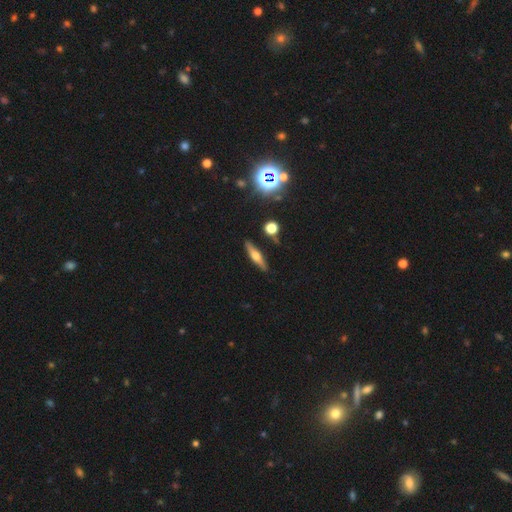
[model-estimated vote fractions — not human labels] Smooth or featured? Predicted: featured or disk (p=0.53). Edge-on disk? Predicted: yes (p=0.93). Merging? Predicted: none (p=0.87).